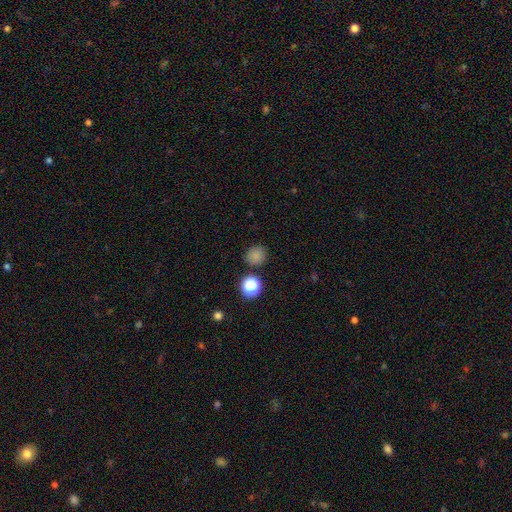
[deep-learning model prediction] Smooth or featured? smooth (79%)
How rounded? round (87%)
Merging? none (84%)